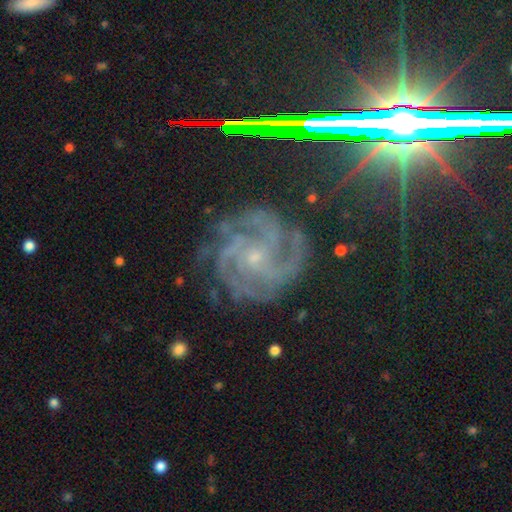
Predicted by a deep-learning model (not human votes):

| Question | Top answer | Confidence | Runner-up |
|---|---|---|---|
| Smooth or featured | featured or disk | 84% | star or artifact (12%) |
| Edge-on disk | no | 97% | yes (3%) |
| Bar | no | 68% | weak (24%) |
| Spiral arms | yes | 98% | no (2%) |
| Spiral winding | tight | 59% | medium (36%) |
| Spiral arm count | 4 | 31% | 3 (22%) |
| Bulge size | small | 78% | moderate (16%) |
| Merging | none | 75% | minor disturbance (16%) |